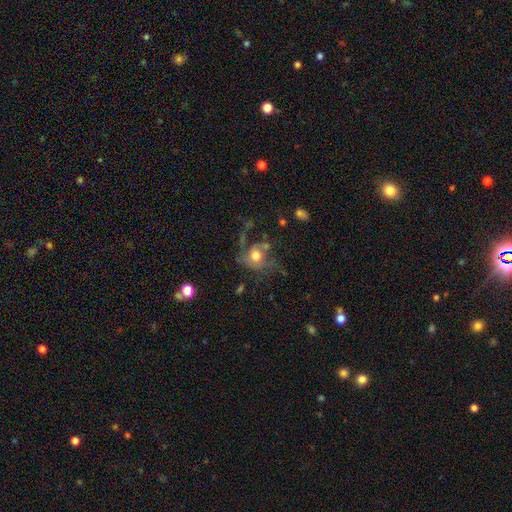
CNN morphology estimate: Smooth or featured?
  - featured or disk: 45% *
  - smooth: 44%
  - star or artifact: 11%
Merging?
  - major disturbance: 40% *
  - none: 34%
  - minor disturbance: 18%
  - merger: 7%